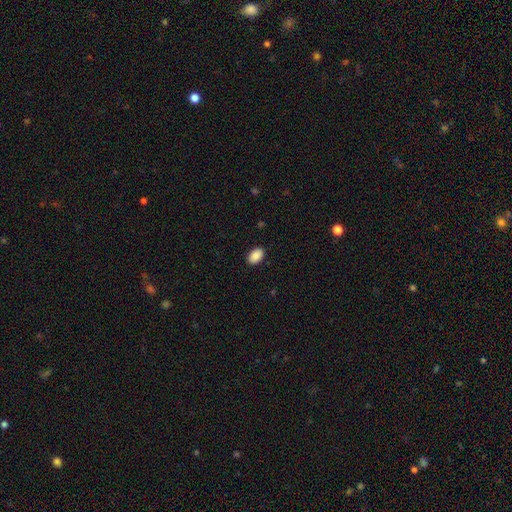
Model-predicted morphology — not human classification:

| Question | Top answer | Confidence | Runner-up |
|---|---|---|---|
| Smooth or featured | smooth | 90% | star or artifact (7%) |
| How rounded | in between | 91% | round (8%) |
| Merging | none | 89% | minor disturbance (8%) |